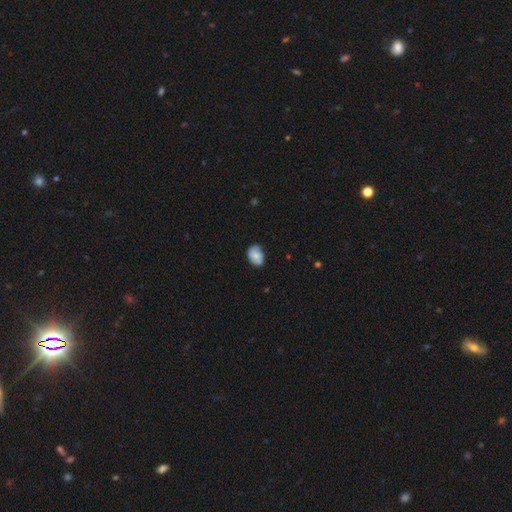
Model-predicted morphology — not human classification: Smooth or featured? Predicted: smooth (p=0.71). How rounded? Predicted: in between (p=0.76). Merging? Predicted: none (p=0.67).